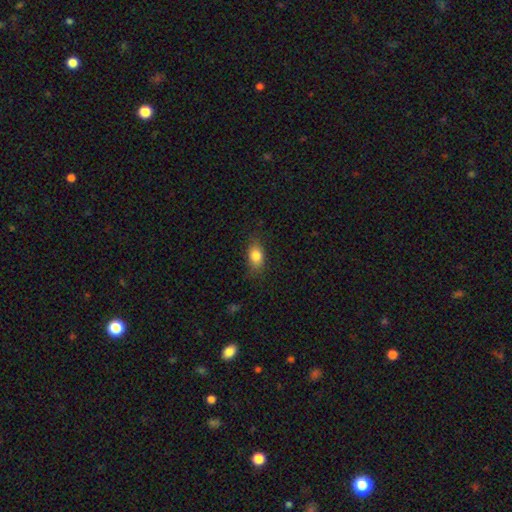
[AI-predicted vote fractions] This appears to be a smooth galaxy with no disk features (82%) that is in between round and cigar-shaped (76%). Merging: none (77%).